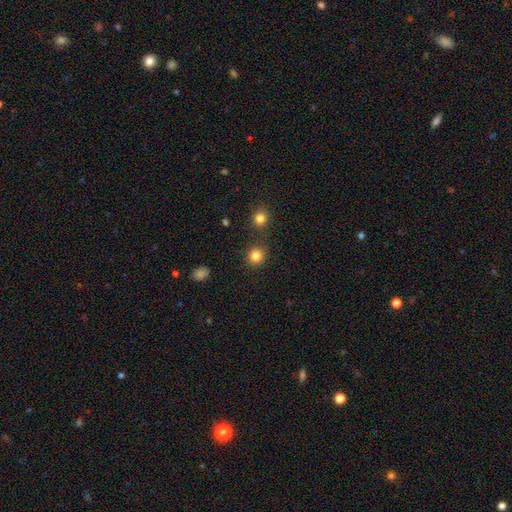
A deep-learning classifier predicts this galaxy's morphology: smooth-or-featured: smooth: 83% | star or artifact: 12% | featured or disk: 5%
  how-rounded: round: 91% | in between: 8% | cigar-shaped: 1%
  merging: none: 86% | minor disturbance: 6% | merger: 5% | major disturbance: 2%